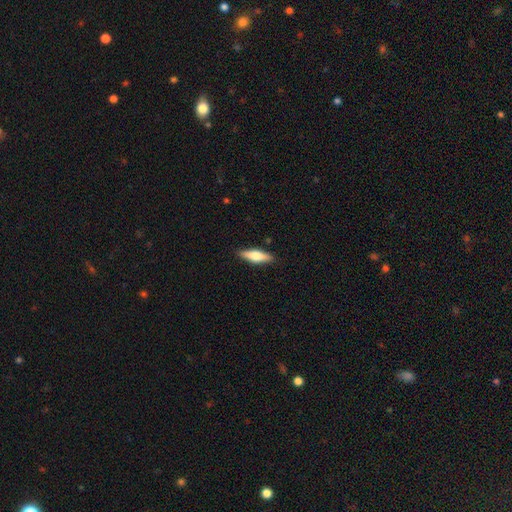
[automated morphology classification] smooth-or-featured: smooth: 54% | featured or disk: 40% | star or artifact: 6%
  how-rounded: cigar-shaped: 55% | in between: 42% | round: 2%
  merging: none: 89% | minor disturbance: 8% | major disturbance: 2% | merger: 1%